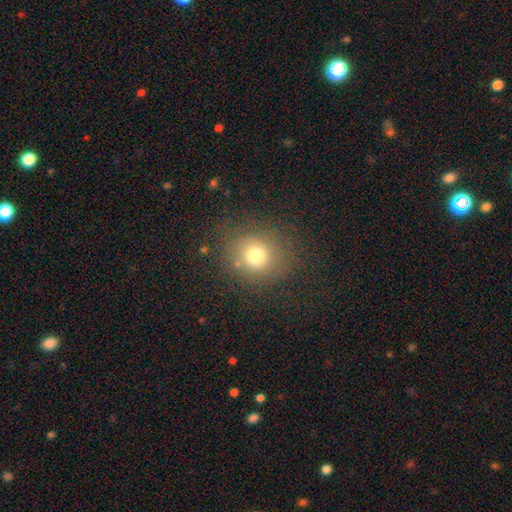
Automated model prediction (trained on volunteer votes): This is likely a smooth galaxy (73%). How rounded: clearly round (83%). Merging: clearly none (82%).